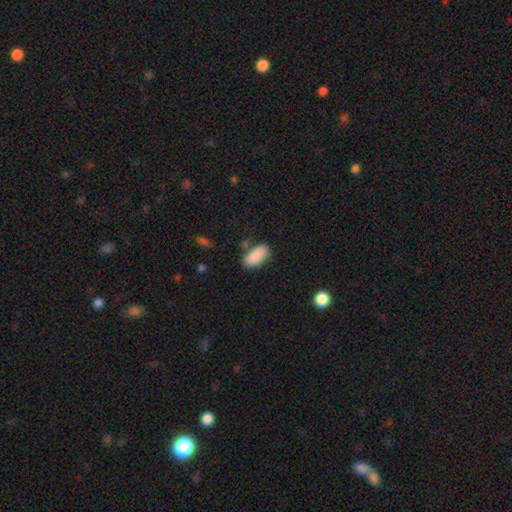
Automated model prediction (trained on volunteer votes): Morphology: type=smooth (89%); roundness=in between (92%); merging=none (75%).